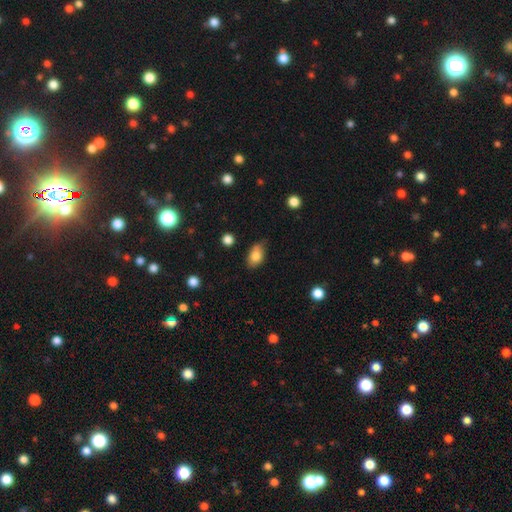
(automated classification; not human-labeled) Overall: smooth (81%). How rounded: in between (87%). Merging: none (67%).